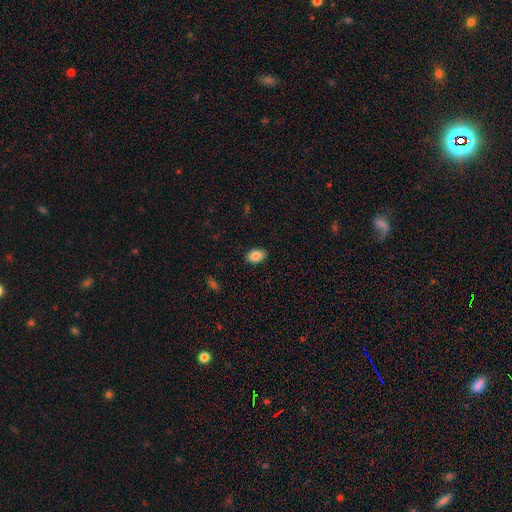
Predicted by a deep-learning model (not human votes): smooth-or-featured: smooth: 86% | star or artifact: 8% | featured or disk: 6%
  how-rounded: in between: 86% | round: 13% | cigar-shaped: 1%
  merging: none: 88% | minor disturbance: 9% | major disturbance: 2% | merger: 1%